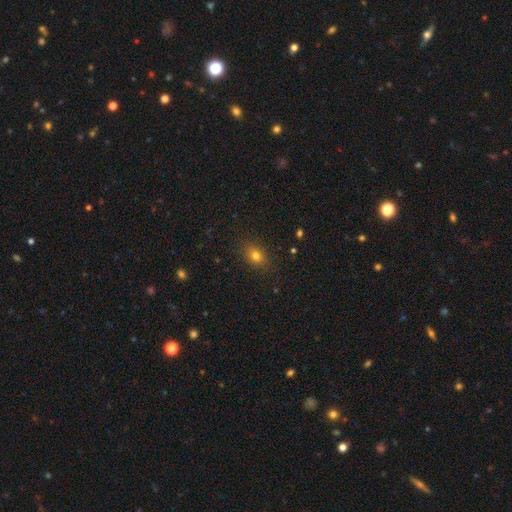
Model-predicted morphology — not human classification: Smooth or featured?
  - smooth: 78% *
  - star or artifact: 13%
  - featured or disk: 8%
How rounded?
  - in between: 66% *
  - round: 32%
  - cigar-shaped: 2%
Merging?
  - none: 86% *
  - minor disturbance: 10%
  - major disturbance: 3%
  - merger: 1%